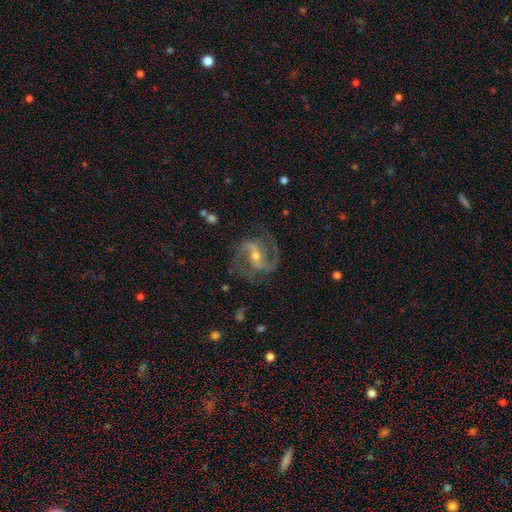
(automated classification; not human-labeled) This is clearly a featured or disk galaxy (90%). It is clearly not viewed edge-on (97%). Bar: marginally weak (43%). Spiral arm pattern: clearly yes (97%). Spiral arm count: clearly 2 (84%). Spiral winding: possibly medium (59%). Central bulge: possibly moderate (50%). Merging: likely none (77%).